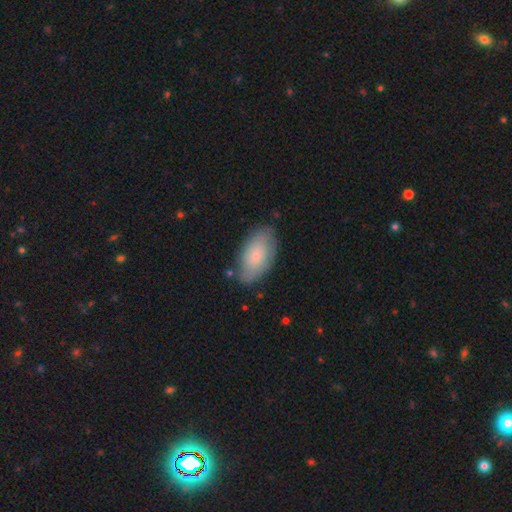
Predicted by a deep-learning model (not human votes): Overall: smooth (71%). How rounded: in between (94%). Merging: none (75%).